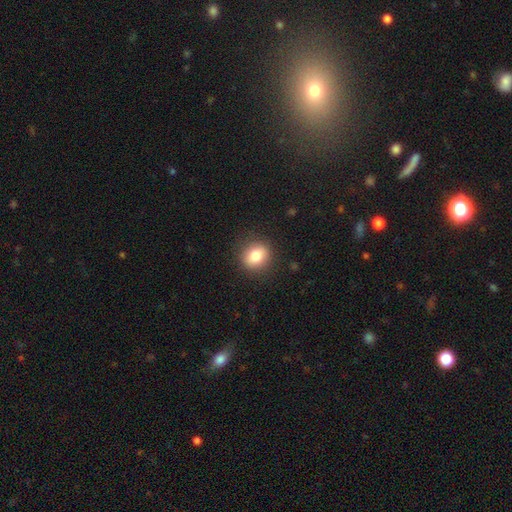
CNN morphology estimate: Smooth or featured? Predicted: smooth (p=0.81). How rounded? Predicted: round (p=0.76). Merging? Predicted: none (p=0.88).